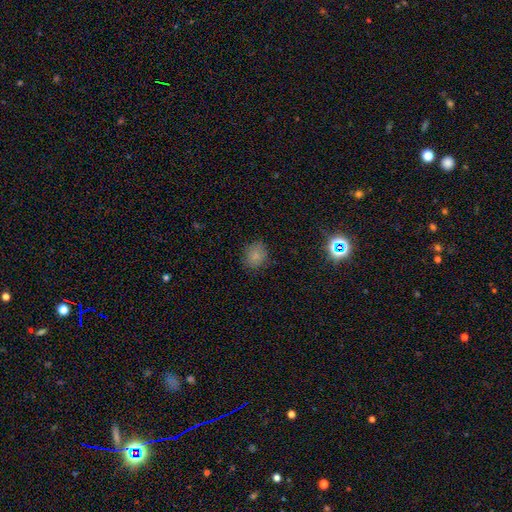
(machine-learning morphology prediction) Smooth or featured: smooth — 82% (star or artifact — 13%)
How rounded: round — 65% (in between — 34%)
Merging: none — 83% (minor disturbance — 13%)